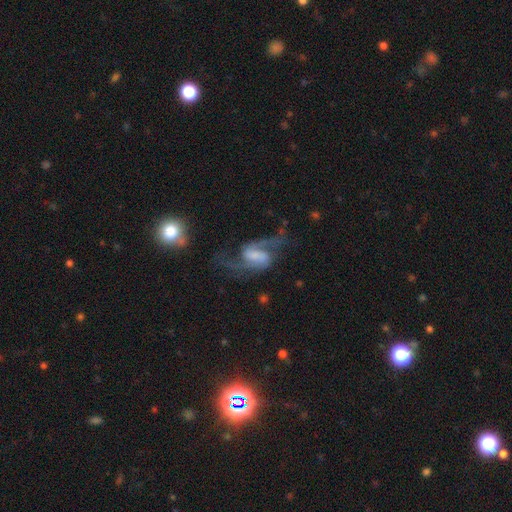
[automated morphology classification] Smooth or featured: featured or disk — 85% (smooth — 9%)
Edge-on disk: no — 97% (yes — 3%)
Bar: weak — 48% (no — 26%)
Spiral arms: yes — 96% (no — 4%)
Spiral winding: loose — 55% (medium — 38%)
Spiral arm count: 2 — 91% (3 — 2%)
Bulge size: small — 27% (moderate — 25%)
Merging: none — 58% (major disturbance — 20%)